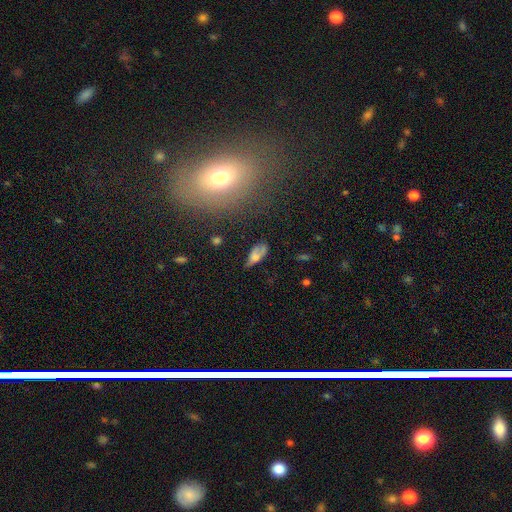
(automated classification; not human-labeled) Smooth or featured? smooth (58%)
How rounded? in between (83%)
Merging? none (36%)